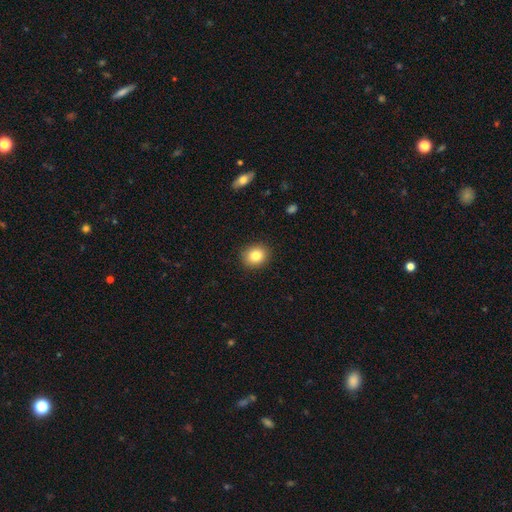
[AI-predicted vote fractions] This appears to be a smooth galaxy with no disk features (82%) that is round (70%). Merging: none (90%).